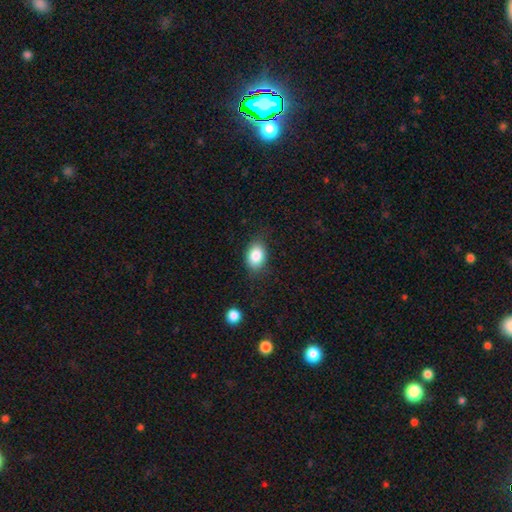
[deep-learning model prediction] Smooth or featured: smooth — 85% (star or artifact — 8%)
How rounded: in between — 78% (round — 20%)
Merging: none — 81% (minor disturbance — 14%)